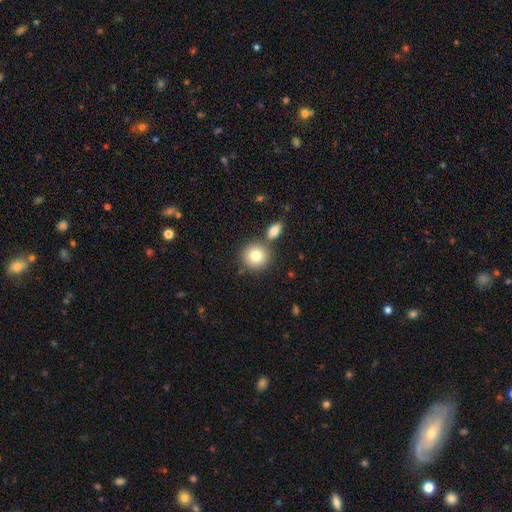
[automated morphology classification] smooth_or_featured: smooth (p=0.80) [alt: featured or disk p=0.11]
how_rounded: round (p=0.90) [alt: in between p=0.09]
merging: none (p=0.72) [alt: merger p=0.18]